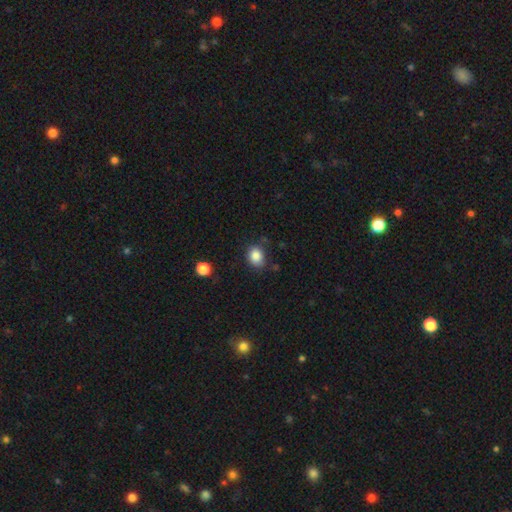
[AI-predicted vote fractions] Smooth or featured: smooth — 85% (star or artifact — 10%)
How rounded: in between — 54% (round — 45%)
Merging: none — 75% (minor disturbance — 17%)